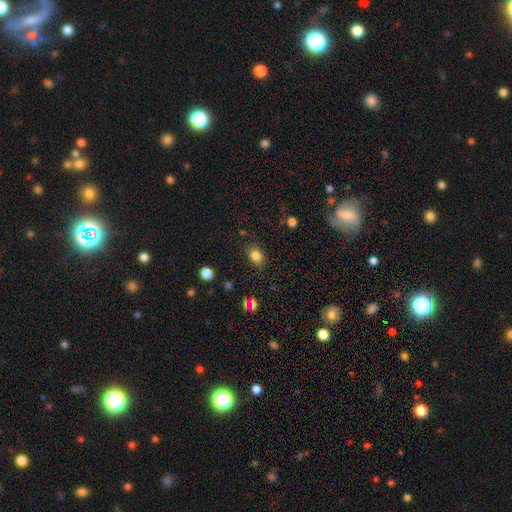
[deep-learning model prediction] Q: Smooth or featured?
A: smooth (83%); runner-up: star or artifact (11%)
Q: How rounded?
A: in between (65%); runner-up: round (34%)
Q: Merging?
A: none (85%); runner-up: minor disturbance (10%)